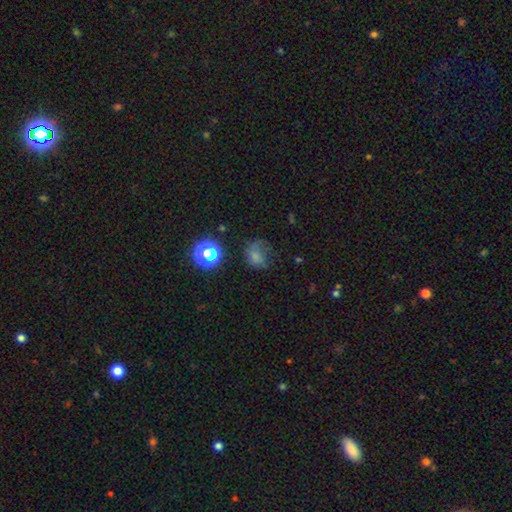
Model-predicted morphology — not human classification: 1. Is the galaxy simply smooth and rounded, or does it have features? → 64% smooth, 19% star or artifact, 16% featured or disk.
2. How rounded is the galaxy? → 59% round, 40% in between, 1% cigar-shaped.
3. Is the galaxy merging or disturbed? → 39% none, 32% major disturbance, 27% minor disturbance, 3% merger.